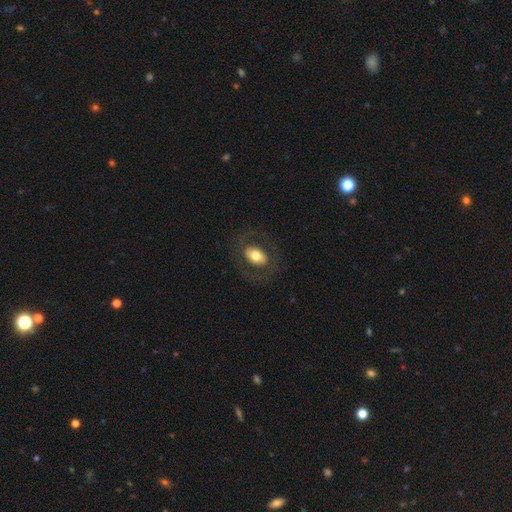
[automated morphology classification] Smooth or featured: smooth — 58% (featured or disk — 35%)
How rounded: in between — 75% (round — 24%)
Merging: none — 78% (minor disturbance — 11%)